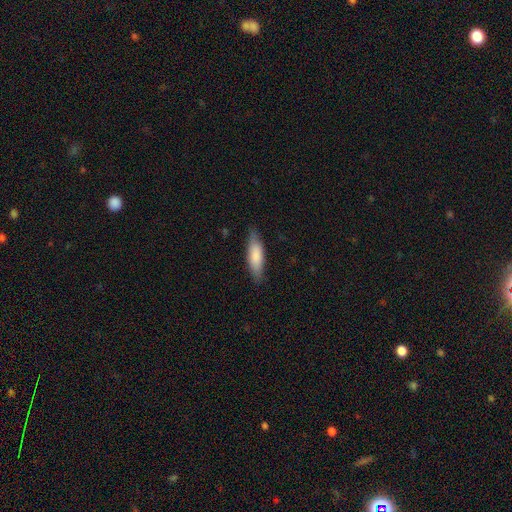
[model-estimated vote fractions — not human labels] The model was most divided on "how rounded": cigar-shaped: 50%, in between: 48%, round: 2%. More confident: smooth or featured — smooth (80%); merging — none (80%).